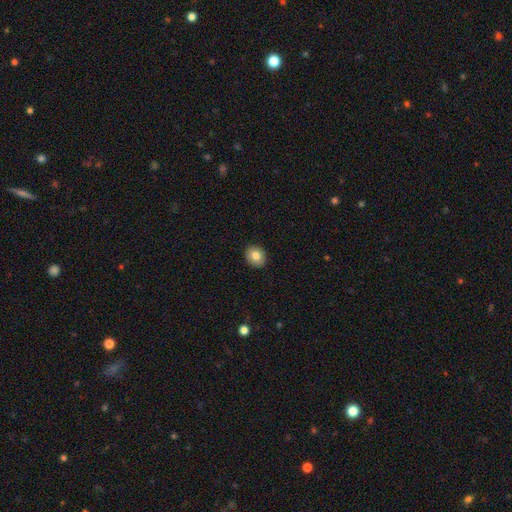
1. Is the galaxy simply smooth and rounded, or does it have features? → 76% smooth, 18% featured or disk, 5% star or artifact.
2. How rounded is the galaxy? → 52% round, 45% in between, 3% cigar-shaped.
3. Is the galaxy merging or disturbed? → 86% none, 8% minor disturbance, 6% merger, 0% major disturbance.